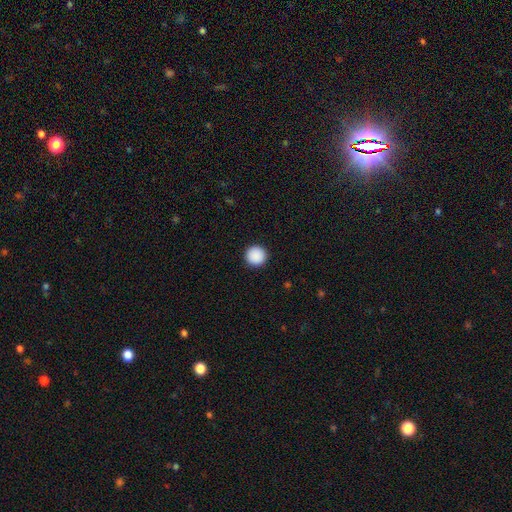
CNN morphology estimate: Q: Smooth or featured?
A: smooth (90%); runner-up: star or artifact (8%)
Q: How rounded?
A: round (96%); runner-up: in between (3%)
Q: Merging?
A: none (93%); runner-up: minor disturbance (4%)